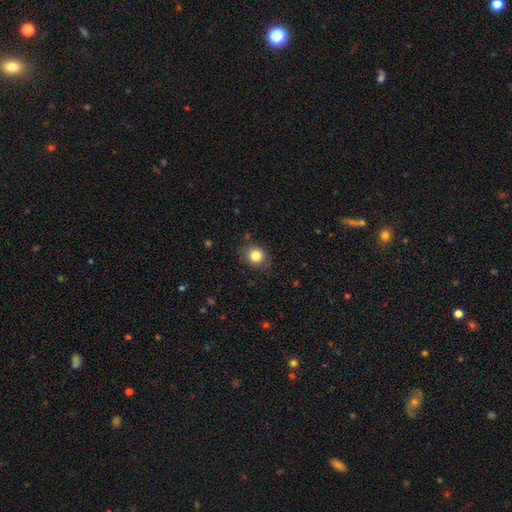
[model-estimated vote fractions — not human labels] This is clearly a smooth galaxy (83%). How rounded: likely round (77%). Merging: clearly none (81%).